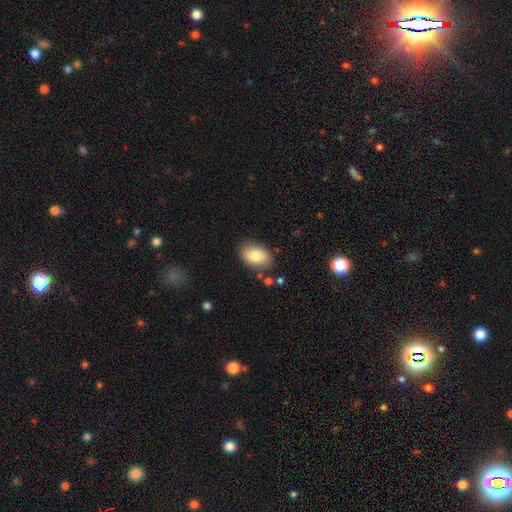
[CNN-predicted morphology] Smooth or featured? Predicted: smooth (p=0.81). How rounded? Predicted: in between (p=0.86). Merging? Predicted: none (p=0.82).